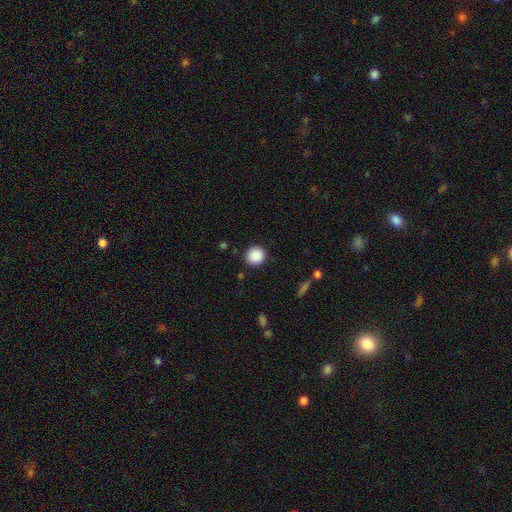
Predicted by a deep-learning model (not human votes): Morphology: type=smooth (89%); roundness=round (94%); merging=none (91%).